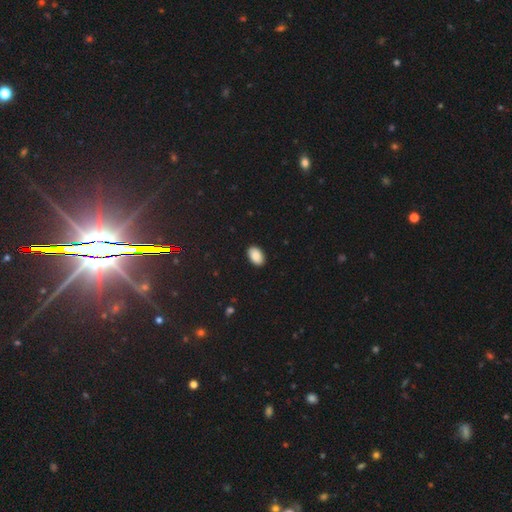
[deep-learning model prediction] Morphology: type=smooth (90%); roundness=in between (93%); merging=none (90%).